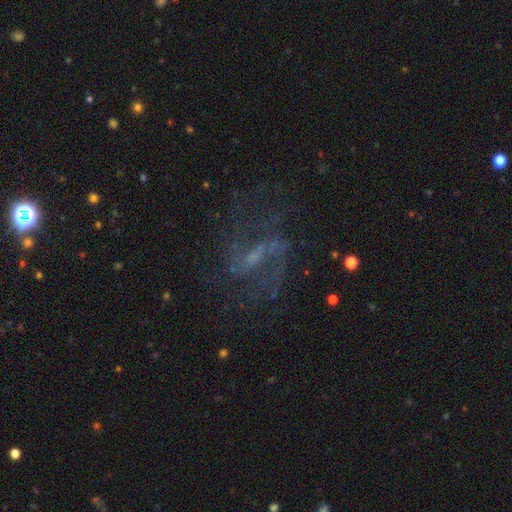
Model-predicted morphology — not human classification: Overall: featured or disk (77%). Edge-on disk: no (94%). Bar: weak (49%; strong 31%). Spiral arms: yes (87%). Spiral arm count: 2 (74%). Spiral winding: loose (50%; medium 39%). Bulge size: small (46%; none 30%). Merging: none (61%).